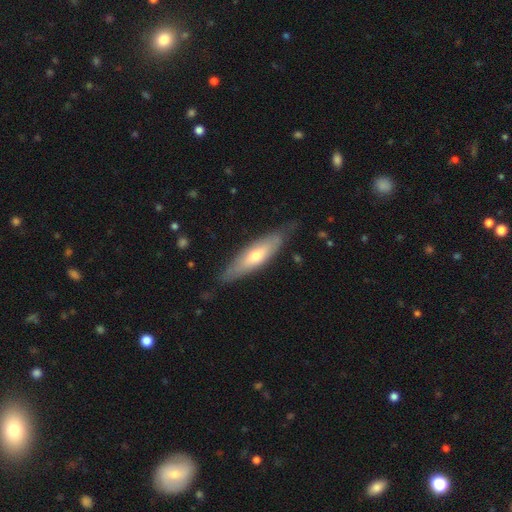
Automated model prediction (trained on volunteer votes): This is possibly a smooth galaxy (52%). How rounded: likely cigar-shaped (61%). Merging: likely none (76%).